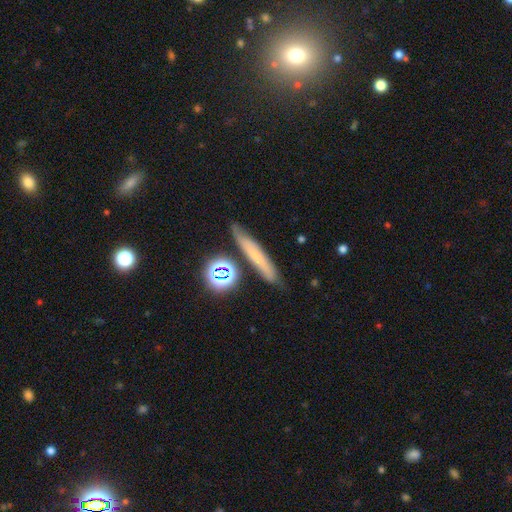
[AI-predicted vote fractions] smooth-or-featured: smooth: 52% | featured or disk: 30% | star or artifact: 17%
  how-rounded: cigar-shaped: 79% | round: 12% | in between: 9%
  merging: none: 78% | minor disturbance: 14% | merger: 5% | major disturbance: 3%